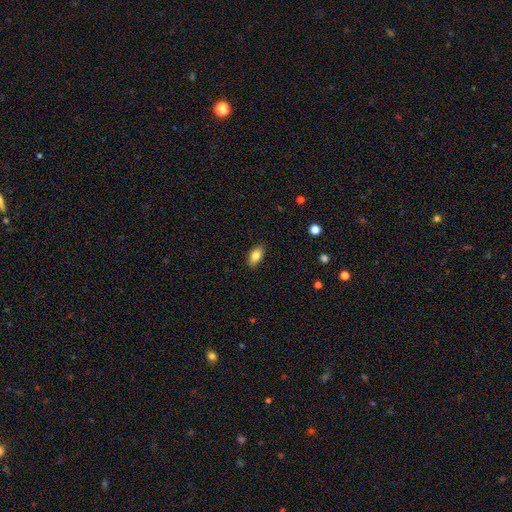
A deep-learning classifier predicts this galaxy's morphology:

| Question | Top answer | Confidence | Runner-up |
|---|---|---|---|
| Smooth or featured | smooth | 82% | featured or disk (11%) |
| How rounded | in between | 90% | round (6%) |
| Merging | none | 87% | minor disturbance (10%) |